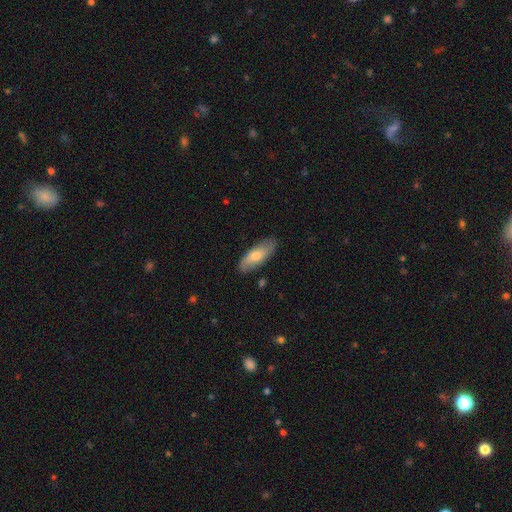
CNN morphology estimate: Smooth or featured? smooth (65%)
How rounded? in between (69%)
Merging? none (86%)